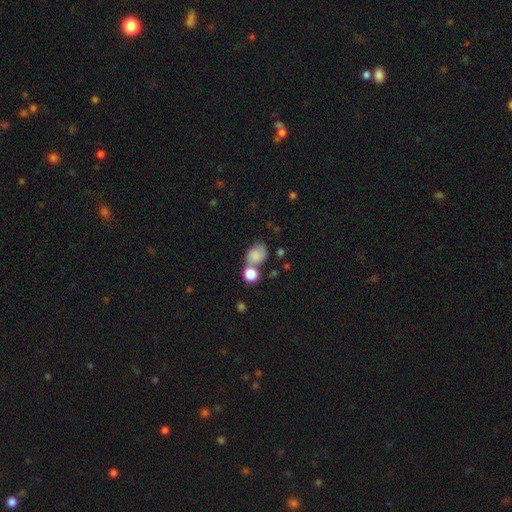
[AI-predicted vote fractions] Smooth or featured: smooth — 69% (featured or disk — 21%)
How rounded: round — 50% (in between — 49%)
Merging: merger — 38% (none — 36%)